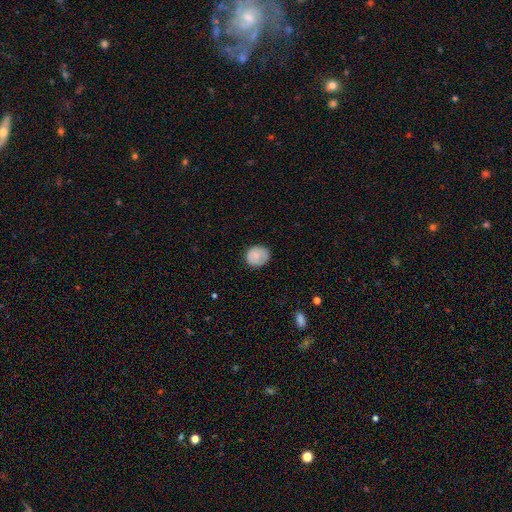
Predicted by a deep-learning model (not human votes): Smooth or featured: smooth — 78% (featured or disk — 15%)
How rounded: round — 78% (in between — 21%)
Merging: none — 78% (minor disturbance — 16%)